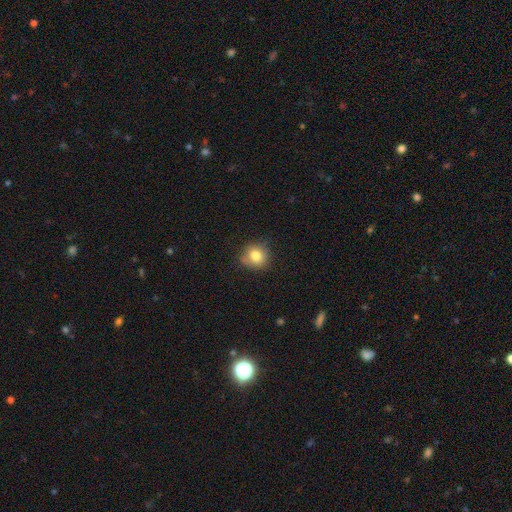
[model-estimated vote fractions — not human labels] Smooth or featured?
  - smooth: 79% *
  - star or artifact: 10%
  - featured or disk: 10%
How rounded?
  - round: 84% *
  - in between: 15%
  - cigar-shaped: 1%
Merging?
  - none: 70% *
  - minor disturbance: 23%
  - major disturbance: 5%
  - merger: 2%